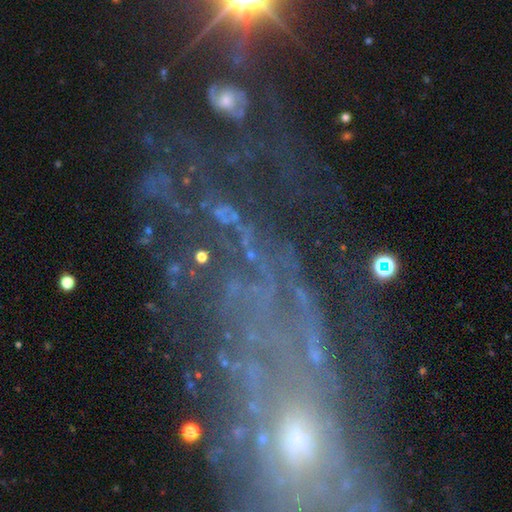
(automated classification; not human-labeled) A featured or disk galaxy (61%) with no bar (68%), spiral arms (78%) and a small central bulge (52%).

Vote fractions:
- Smooth or featured? featured or disk: 61% / star or artifact: 28% / smooth: 11%
- Edge-on disk? no: 94% / yes: 6%
- Bar? no: 68% / weak: 21% / strong: 11%
- Spiral arms? yes: 78% / no: 22%
- Bulge size? small: 52% / none: 25% / moderate: 17% / large: 4% / dominant: 2%
- Merging? none: 50% / major disturbance: 25% / minor disturbance: 16% / merger: 9%